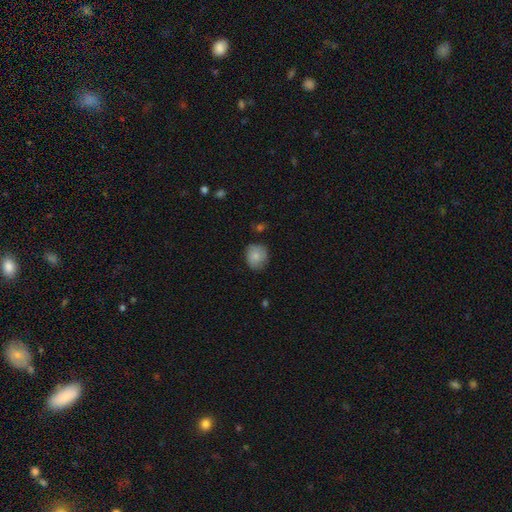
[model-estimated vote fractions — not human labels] smooth-or-featured: smooth: 81% | featured or disk: 12% | star or artifact: 7%
  how-rounded: round: 78% | in between: 21% | cigar-shaped: 1%
  merging: none: 75% | minor disturbance: 20% | major disturbance: 3% | merger: 2%